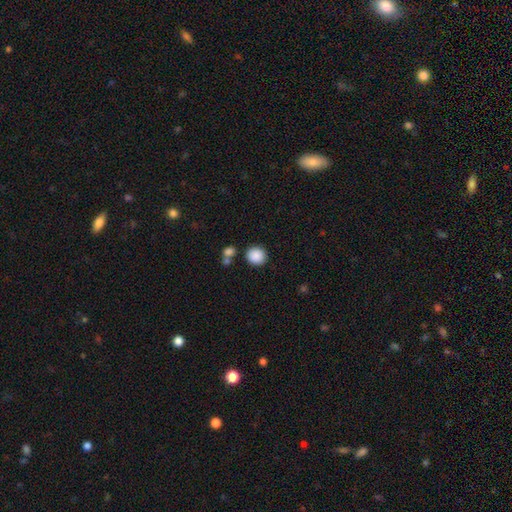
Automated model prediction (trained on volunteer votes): Morphology: type=smooth (88%); roundness=round (87%); merging=none (80%).